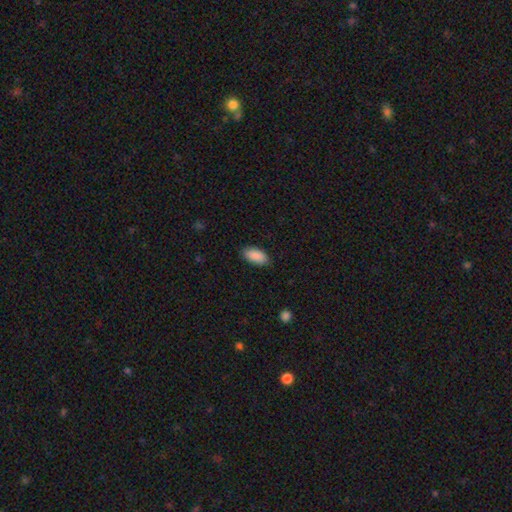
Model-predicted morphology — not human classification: Smooth or featured: smooth — 90% (star or artifact — 6%)
How rounded: in between — 93% (cigar-shaped — 5%)
Merging: none — 86% (minor disturbance — 11%)